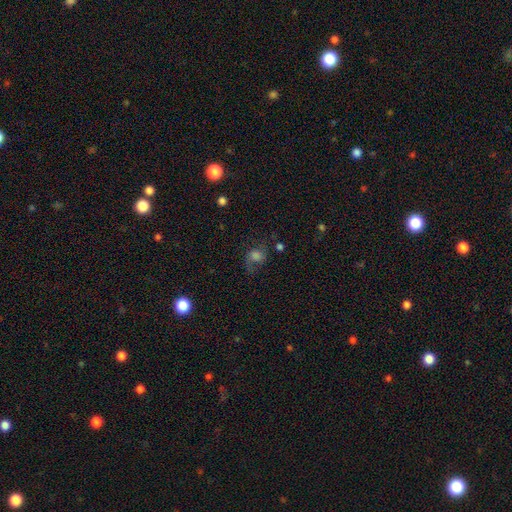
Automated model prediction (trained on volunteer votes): smooth_or_featured: smooth (p=0.43) [alt: featured or disk p=0.40]
merging: none (p=0.51) [alt: major disturbance p=0.25]